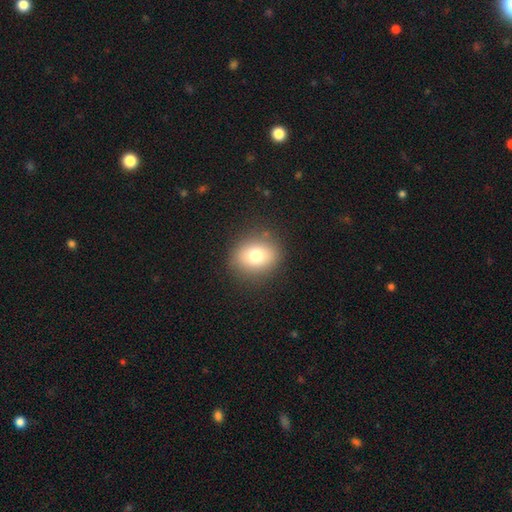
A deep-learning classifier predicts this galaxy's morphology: Smooth or featured? smooth (75%)
How rounded? round (72%)
Merging? none (86%)